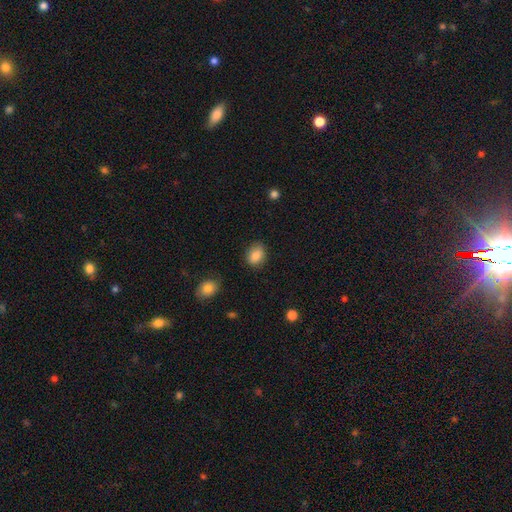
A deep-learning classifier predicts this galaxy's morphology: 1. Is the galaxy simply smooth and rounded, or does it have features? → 83% smooth, 9% star or artifact, 9% featured or disk.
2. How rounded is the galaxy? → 55% in between, 44% round, 1% cigar-shaped.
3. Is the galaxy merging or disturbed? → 85% none, 11% minor disturbance, 2% major disturbance, 1% merger.